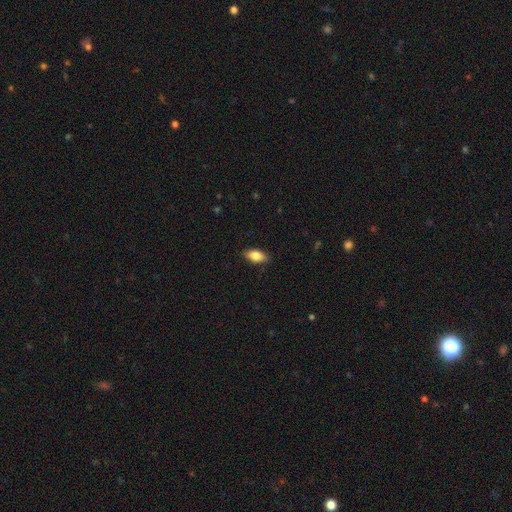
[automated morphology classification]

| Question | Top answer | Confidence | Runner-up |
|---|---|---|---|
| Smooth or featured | smooth | 82% | featured or disk (11%) |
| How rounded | in between | 88% | cigar-shaped (7%) |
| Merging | none | 85% | minor disturbance (11%) |